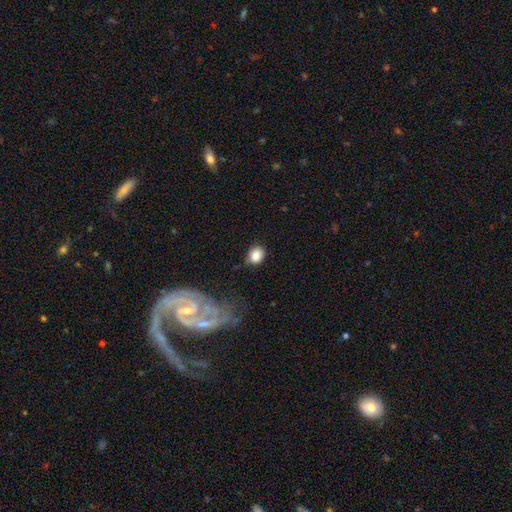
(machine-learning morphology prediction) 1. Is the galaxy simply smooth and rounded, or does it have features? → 84% smooth, 9% star or artifact, 7% featured or disk.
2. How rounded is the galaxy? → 56% round, 43% in between, 1% cigar-shaped.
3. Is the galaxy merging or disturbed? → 75% none, 18% minor disturbance, 4% major disturbance, 3% merger.